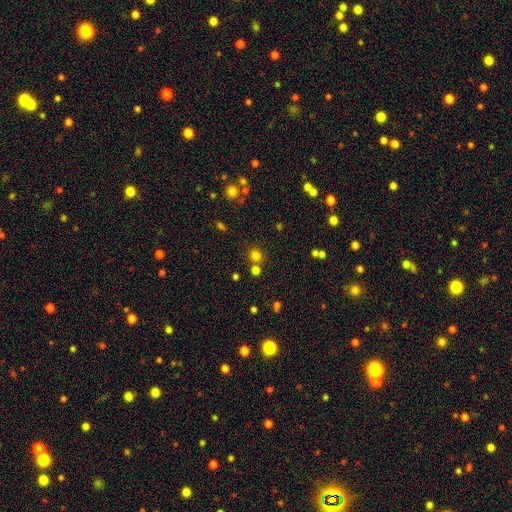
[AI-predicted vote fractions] The model was most divided on "merging": none: 71%, merger: 19%, minor disturbance: 8%, major disturbance: 3%. More confident: how rounded — round (88%); smooth or featured — smooth (73%).